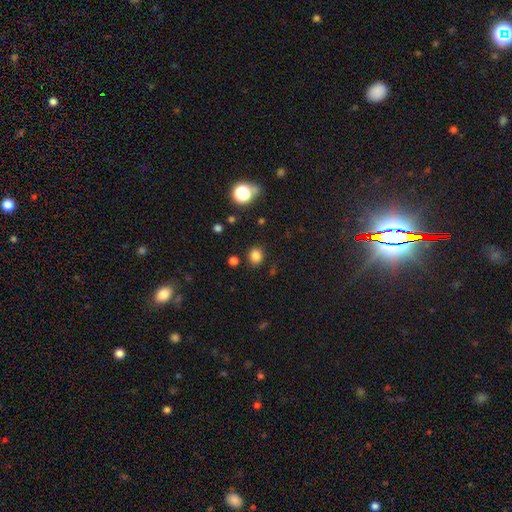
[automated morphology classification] The model was most divided on "how rounded": round: 76%, in between: 24%, cigar-shaped: 1%. More confident: merging — none (86%); smooth or featured — smooth (81%).